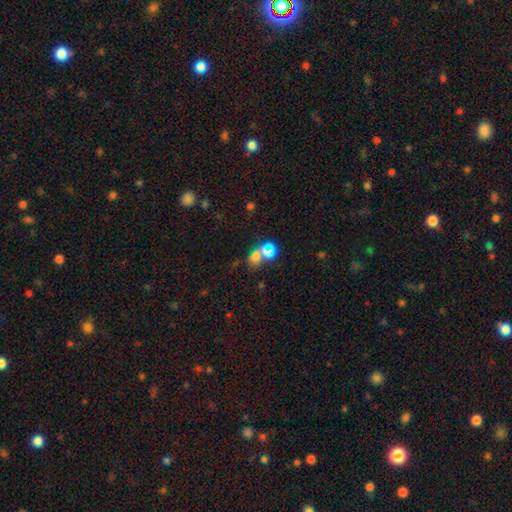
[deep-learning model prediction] Smooth or featured? Predicted: smooth (p=0.56). How rounded? Predicted: round (p=0.52). Merging? Predicted: merger (p=0.46).